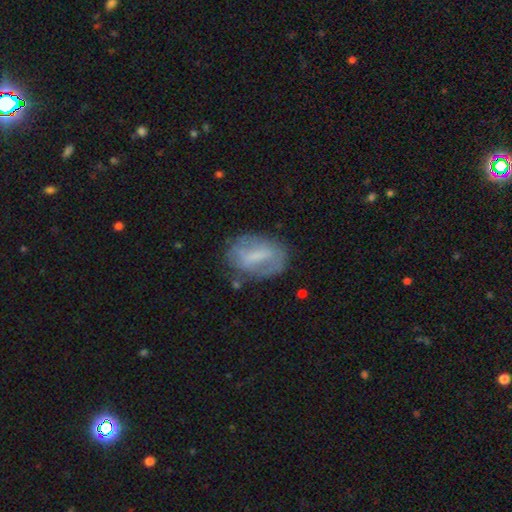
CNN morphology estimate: Overall: featured or disk (48%; smooth 43%). Merging: none (67%).